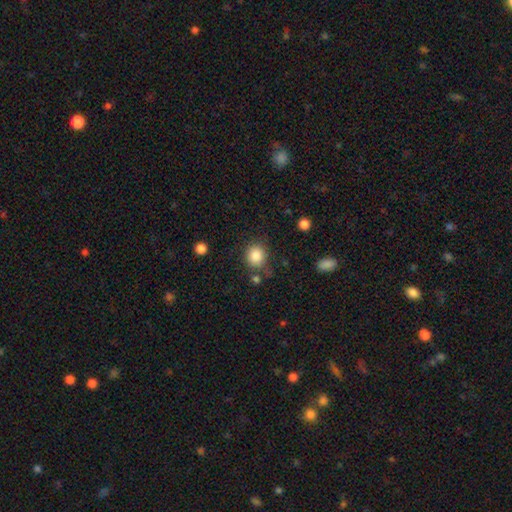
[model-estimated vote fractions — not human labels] smooth-or-featured: smooth: 85% | star or artifact: 10% | featured or disk: 5%
  how-rounded: round: 80% | in between: 19% | cigar-shaped: 1%
  merging: none: 75% | minor disturbance: 14% | merger: 6% | major disturbance: 5%